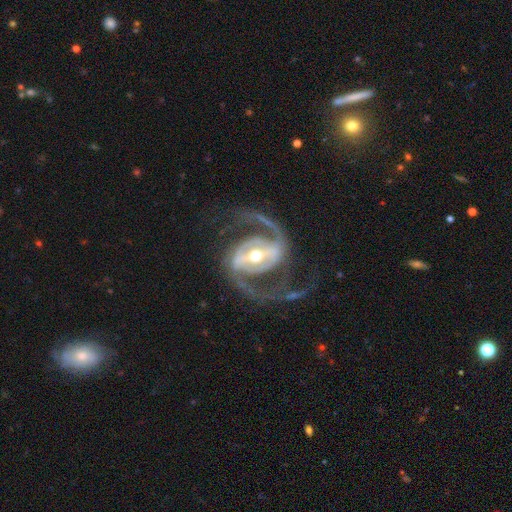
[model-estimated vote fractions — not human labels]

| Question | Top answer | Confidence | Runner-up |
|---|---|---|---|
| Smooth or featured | featured or disk | 93% | star or artifact (4%) |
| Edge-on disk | no | 97% | yes (3%) |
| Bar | strong | 64% | weak (25%) |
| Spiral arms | yes | 98% | no (2%) |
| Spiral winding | medium | 58% | loose (27%) |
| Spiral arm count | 2 | 93% | 3 (2%) |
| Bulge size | moderate | 63% | small (29%) |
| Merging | none | 72% | major disturbance (14%) |